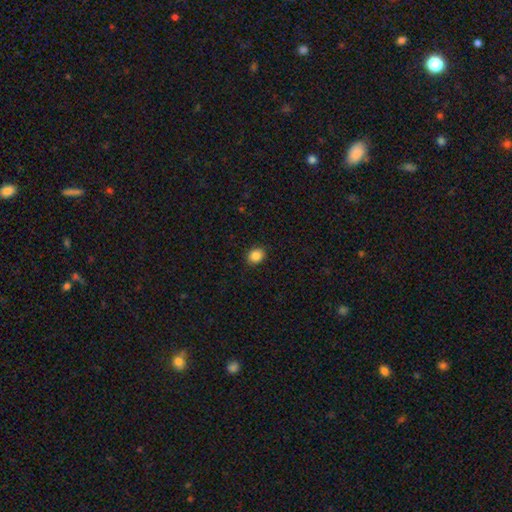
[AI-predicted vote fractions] This is clearly a smooth galaxy (87%). How rounded: possibly round (57%). Merging: clearly none (90%).